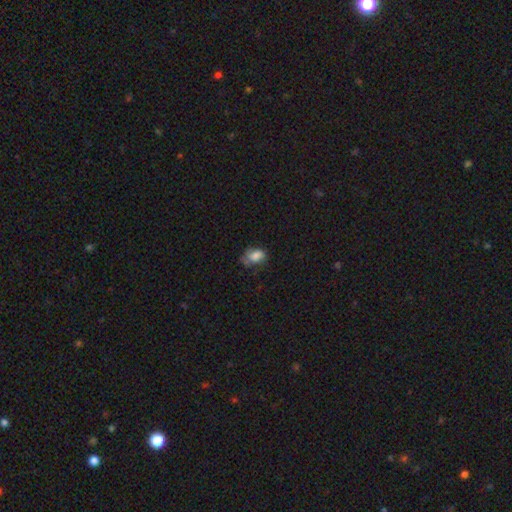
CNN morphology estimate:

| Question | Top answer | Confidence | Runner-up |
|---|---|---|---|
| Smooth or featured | smooth | 72% | featured or disk (18%) |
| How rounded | in between | 81% | round (17%) |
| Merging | none | 41% | minor disturbance (34%) |